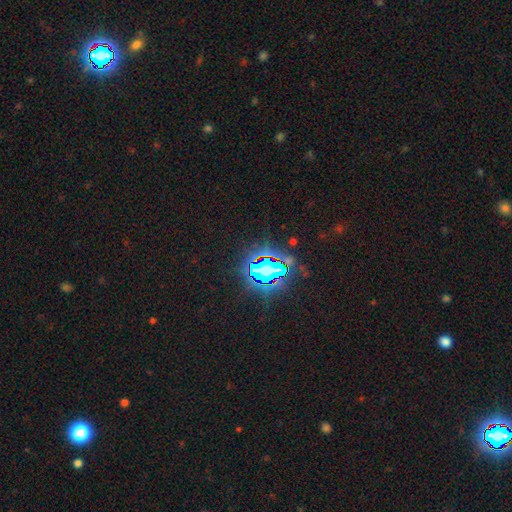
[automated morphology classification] This appears to be a star or artifact, not a galaxy (85%).